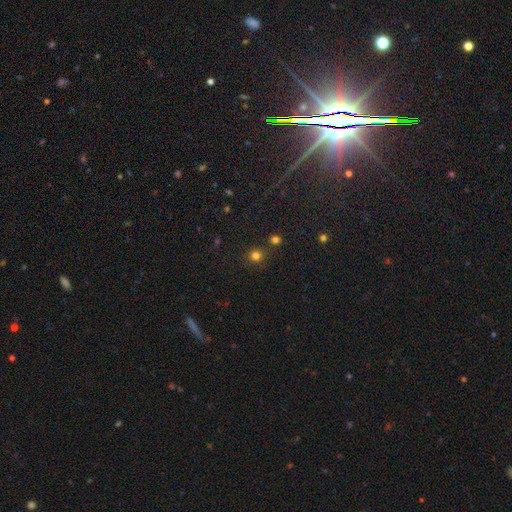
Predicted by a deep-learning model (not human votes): Smooth or featured? smooth (76%)
How rounded? round (91%)
Merging? none (85%)